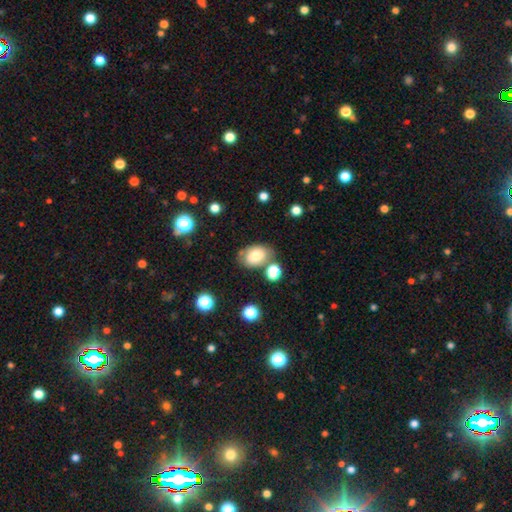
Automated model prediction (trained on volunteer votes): The model was most divided on "merging": none: 62%, minor disturbance: 19%, merger: 13%, major disturbance: 6%. More confident: how rounded — in between (80%); smooth or featured — smooth (74%).